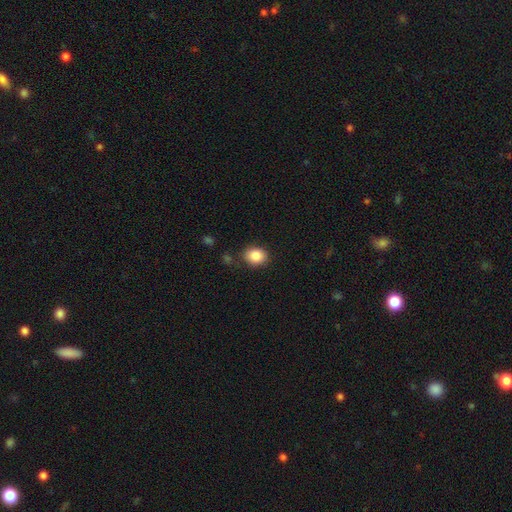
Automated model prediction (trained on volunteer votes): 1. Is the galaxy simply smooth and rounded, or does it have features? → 87% smooth, 9% star or artifact, 5% featured or disk.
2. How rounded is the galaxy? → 51% round, 48% in between, 1% cigar-shaped.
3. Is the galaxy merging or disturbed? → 82% none, 12% minor disturbance, 3% major disturbance, 3% merger.